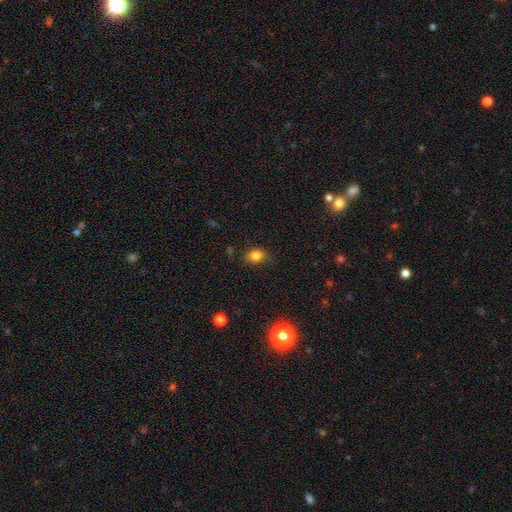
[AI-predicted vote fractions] Smooth or featured?
  - smooth: 83% *
  - star or artifact: 12%
  - featured or disk: 5%
How rounded?
  - in between: 57% *
  - round: 42%
  - cigar-shaped: 1%
Merging?
  - none: 80% *
  - minor disturbance: 15%
  - major disturbance: 4%
  - merger: 1%